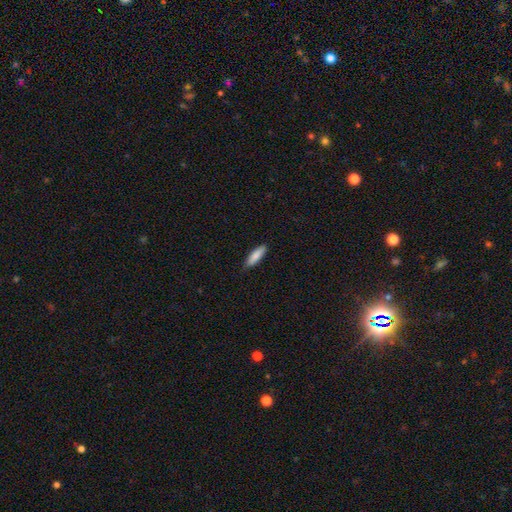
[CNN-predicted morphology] smooth 85%, featured or disk 9%, star or artifact 6%. Down the decision tree: how rounded — cigar-shaped (60%); merging — none (82%).